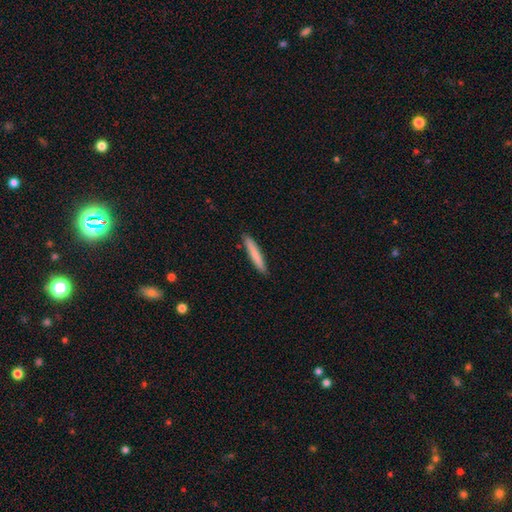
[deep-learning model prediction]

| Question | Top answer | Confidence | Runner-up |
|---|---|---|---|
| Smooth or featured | smooth | 79% | featured or disk (15%) |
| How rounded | cigar-shaped | 94% | in between (5%) |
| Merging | none | 89% | minor disturbance (8%) |